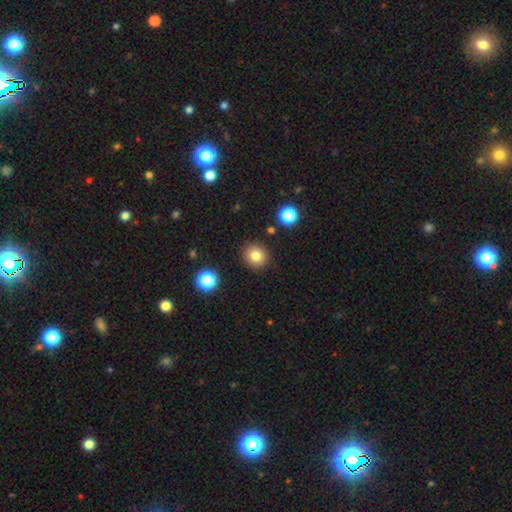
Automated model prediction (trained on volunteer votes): The model was most divided on "smooth or featured": smooth: 81%, star or artifact: 12%, featured or disk: 7%. More confident: merging — none (89%); how rounded — round (87%).